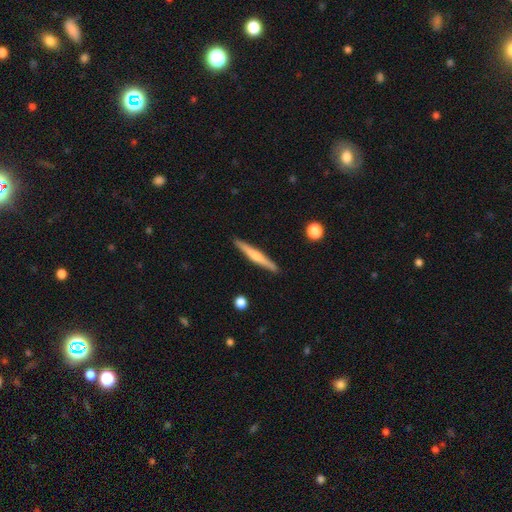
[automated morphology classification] This appears to be a featured or disk galaxy (54%) viewed edge-on (98%) with a rounded central bulge (65%). Merging: none (91%).